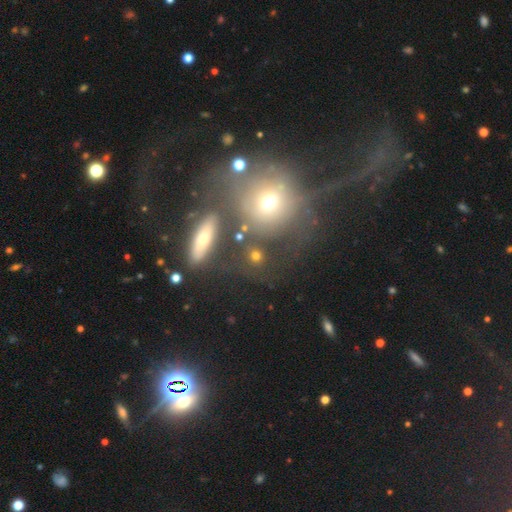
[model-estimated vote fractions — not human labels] Q: Smooth or featured?
A: smooth (69%); runner-up: star or artifact (18%)
Q: How rounded?
A: round (76%); runner-up: in between (20%)
Q: Merging?
A: none (72%); runner-up: merger (11%)